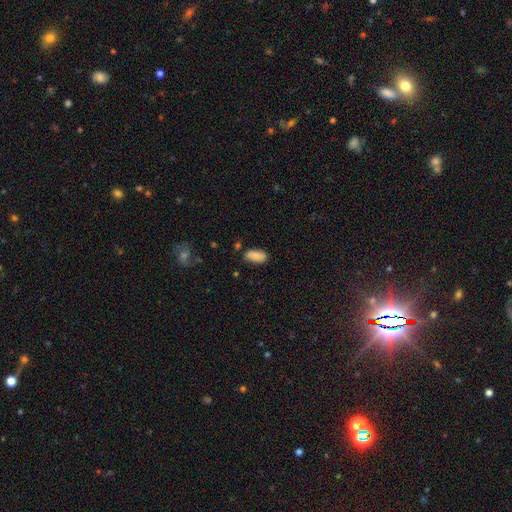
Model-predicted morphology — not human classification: Overall: smooth (85%). How rounded: in between (93%). Merging: none (75%).